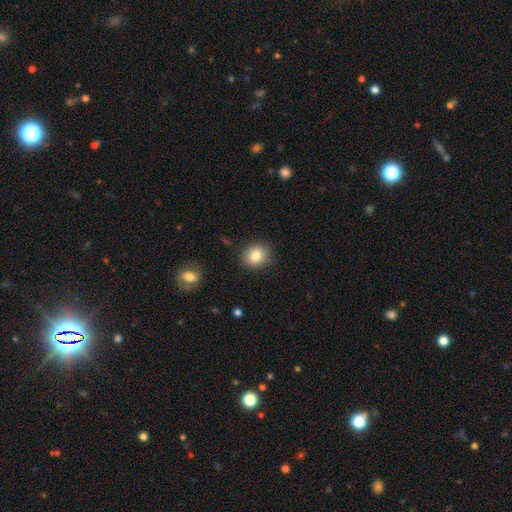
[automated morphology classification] This is clearly a smooth galaxy (83%). How rounded: likely round (78%). Merging: clearly none (88%).